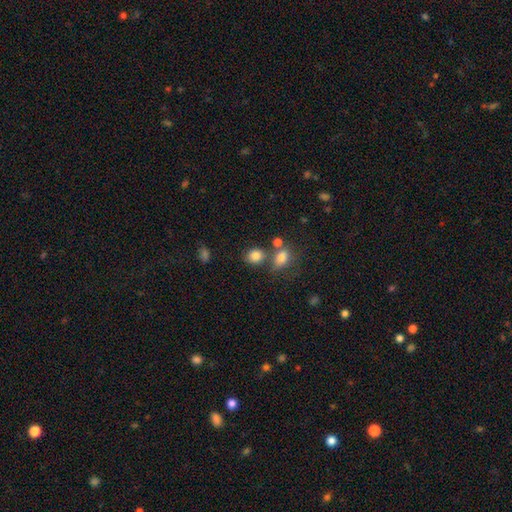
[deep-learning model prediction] Smooth or featured: smooth — 83% (star or artifact — 11%)
How rounded: round — 67% (in between — 31%)
Merging: none — 63% (merger — 20%)